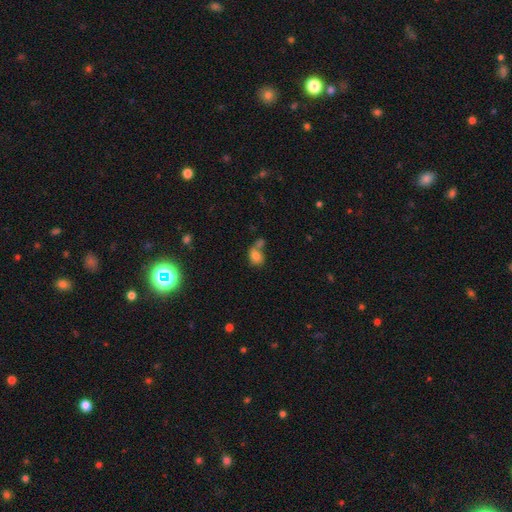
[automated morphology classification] smooth_or_featured: smooth (p=0.77) [alt: star or artifact p=0.12]
how_rounded: in between (p=0.66) [alt: round p=0.32]
merging: merger (p=0.44) [alt: none p=0.31]